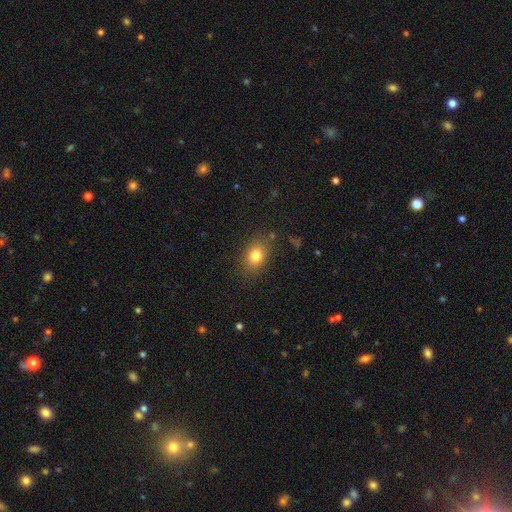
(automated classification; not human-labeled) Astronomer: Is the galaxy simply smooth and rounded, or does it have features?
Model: smooth — 79%.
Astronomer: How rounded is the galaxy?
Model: in between — 68%.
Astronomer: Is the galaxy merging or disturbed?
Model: none — 82%.